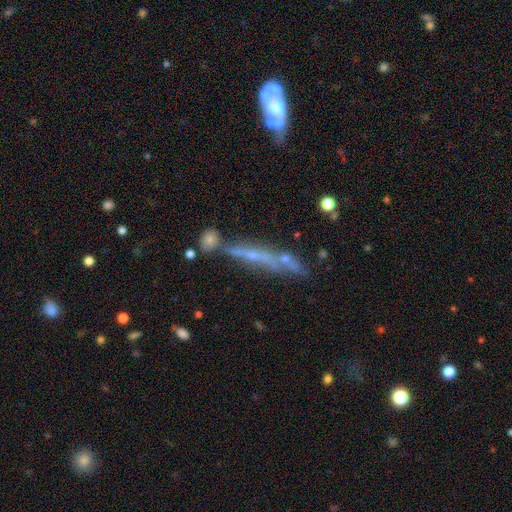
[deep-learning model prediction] Smooth or featured: featured or disk — 59% (smooth — 28%)
Edge-on disk: yes — 76% (no — 24%)
Merging: none — 49% (merger — 23%)